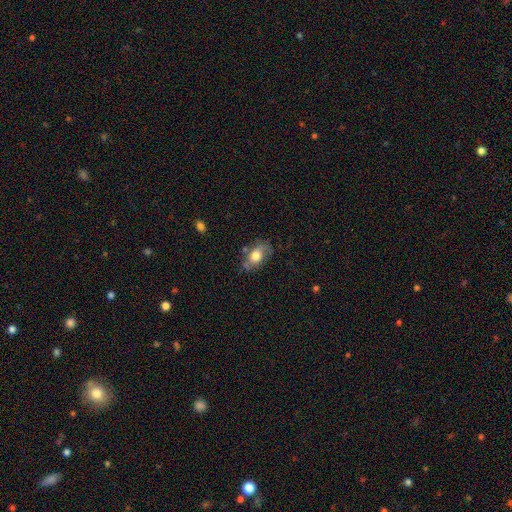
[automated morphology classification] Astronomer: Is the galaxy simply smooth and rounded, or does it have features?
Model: smooth — 63%.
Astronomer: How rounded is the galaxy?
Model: in between — 84%.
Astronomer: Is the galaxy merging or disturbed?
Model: none — 57%.